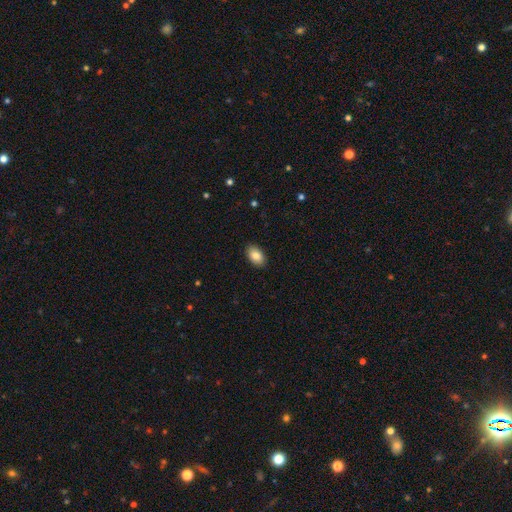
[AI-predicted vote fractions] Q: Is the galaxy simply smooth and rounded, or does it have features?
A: smooth — 85%.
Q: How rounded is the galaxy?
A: in between — 92%.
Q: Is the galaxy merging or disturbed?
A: none — 90%.